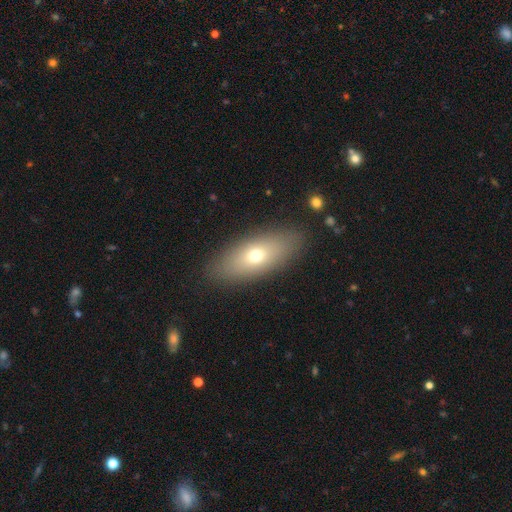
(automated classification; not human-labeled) smooth 65%, featured or disk 26%, star or artifact 9%. Down the decision tree: how rounded — in between (75%); merging — none (87%).